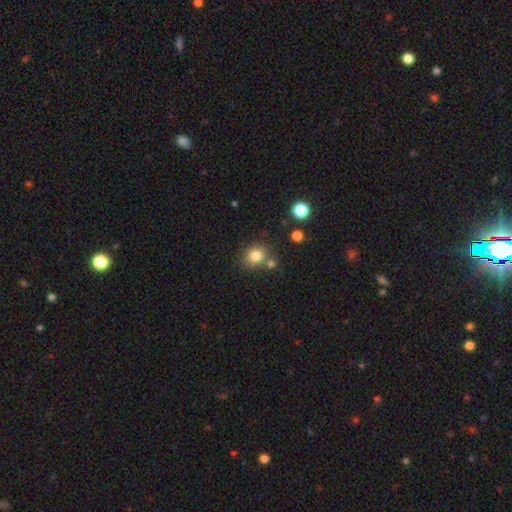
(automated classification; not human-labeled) Smooth or featured?
  - smooth: 80% *
  - star or artifact: 12%
  - featured or disk: 8%
How rounded?
  - round: 67% *
  - in between: 33%
  - cigar-shaped: 1%
Merging?
  - none: 68% *
  - merger: 17%
  - minor disturbance: 12%
  - major disturbance: 4%